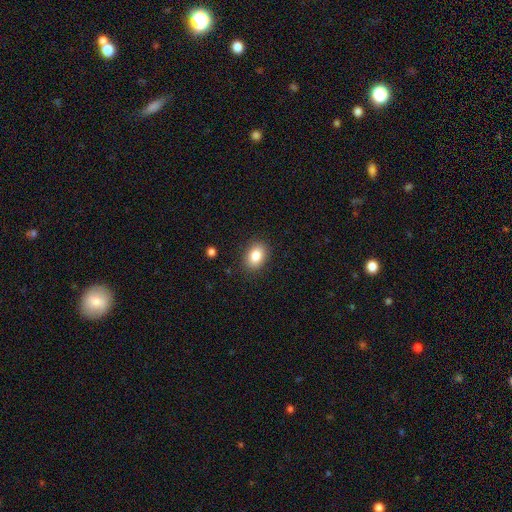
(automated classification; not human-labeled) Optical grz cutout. It shows a smooth galaxy with no disk features (85%) that is in between round and cigar-shaped (73%). Merging: none (88%).